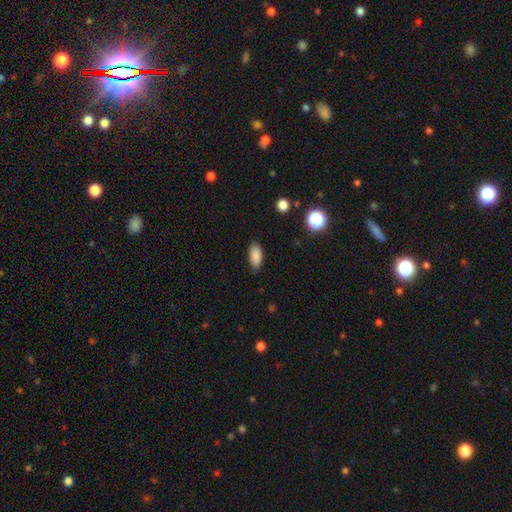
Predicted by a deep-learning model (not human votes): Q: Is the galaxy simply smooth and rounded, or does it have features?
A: smooth — 87%.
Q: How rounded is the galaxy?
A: in between — 86%.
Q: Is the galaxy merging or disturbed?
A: none — 83%.